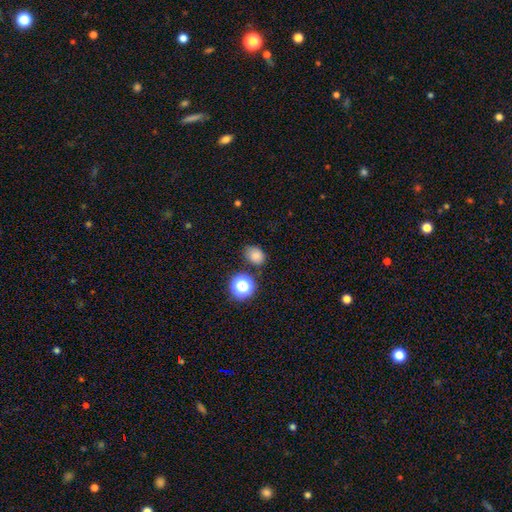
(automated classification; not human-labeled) This is likely a smooth galaxy (78%). How rounded: possibly in between (56%). Merging: likely none (73%).